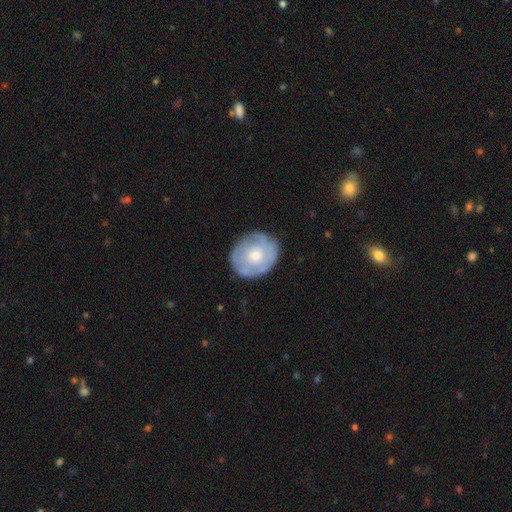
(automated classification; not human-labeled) Overall: featured or disk (52%; smooth 42%). Edge-on disk: no (97%). Bar: no (85%). Spiral arms: no (55%; yes 45%). Bulge size: moderate (60%; small 27%). Merging: none (75%).